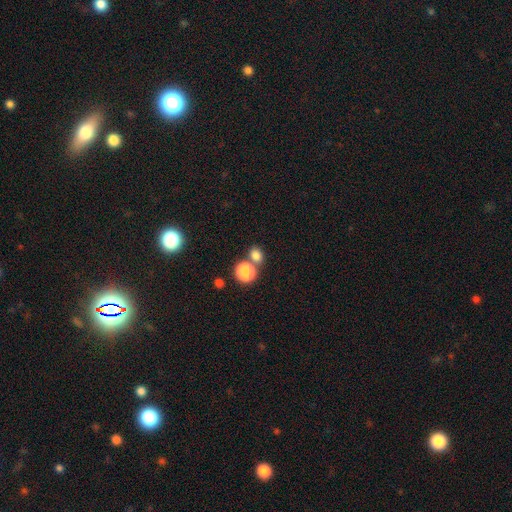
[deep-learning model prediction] A smooth galaxy with no disk features (80%) that is round (65%). Merging: none (52%).